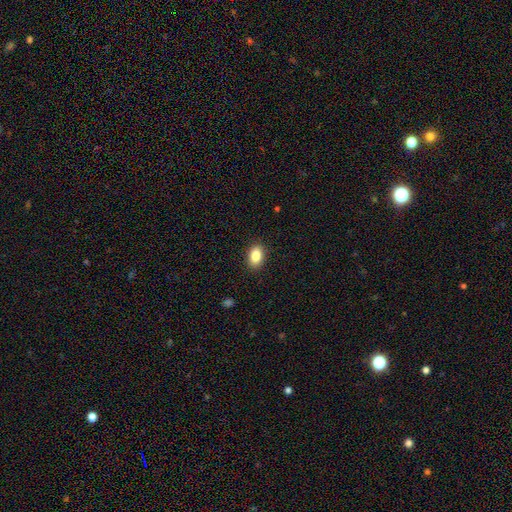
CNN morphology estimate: This appears to be a smooth galaxy with no disk features (85%) that is in between round and cigar-shaped (85%). Merging: none (89%).